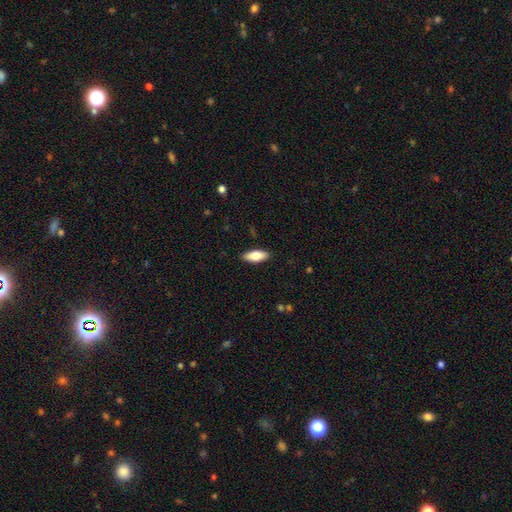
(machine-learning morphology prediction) Smooth or featured: smooth — 75% (featured or disk — 19%)
How rounded: in between — 76% (cigar-shaped — 22%)
Merging: none — 88% (minor disturbance — 9%)